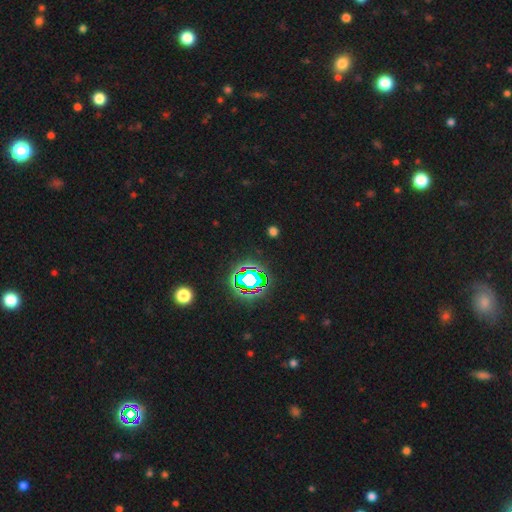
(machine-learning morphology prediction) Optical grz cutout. It shows a star or artifact, not a galaxy (83%).